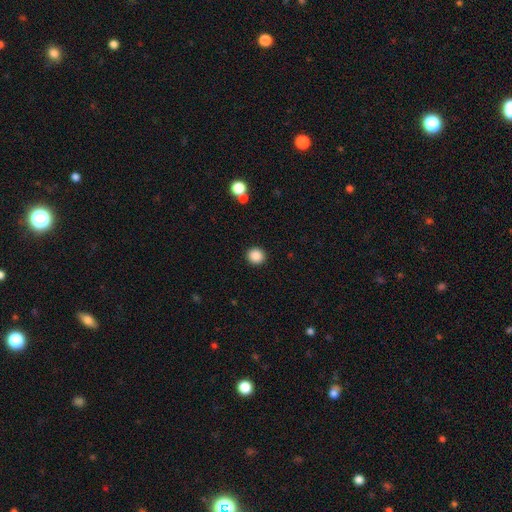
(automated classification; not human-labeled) This is clearly a smooth galaxy (88%). How rounded: clearly round (93%). Merging: clearly none (92%).